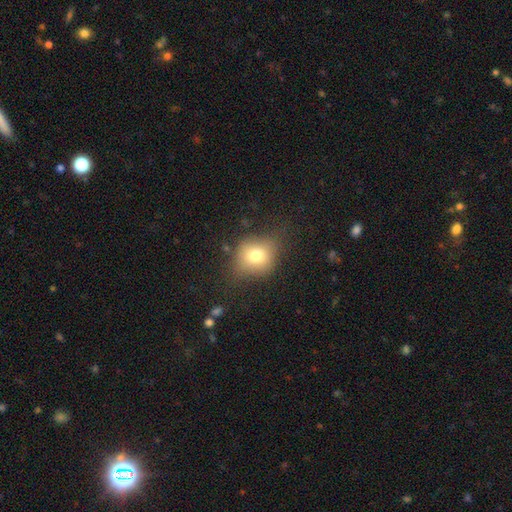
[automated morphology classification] type=smooth (73%); roundness=round (65%); merging=none (65%).